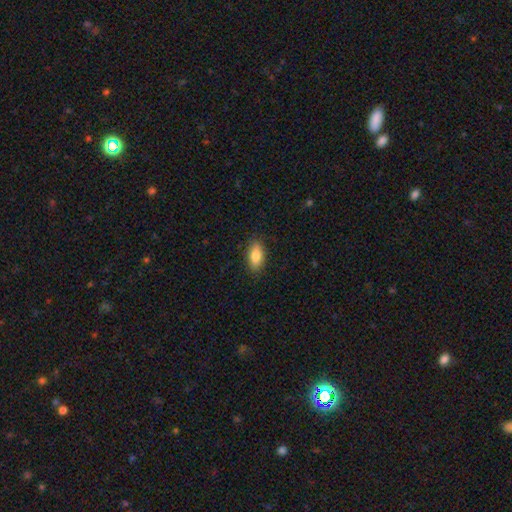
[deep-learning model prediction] Smooth or featured: smooth — 82% (featured or disk — 11%)
How rounded: in between — 84% (cigar-shaped — 13%)
Merging: none — 86% (minor disturbance — 11%)